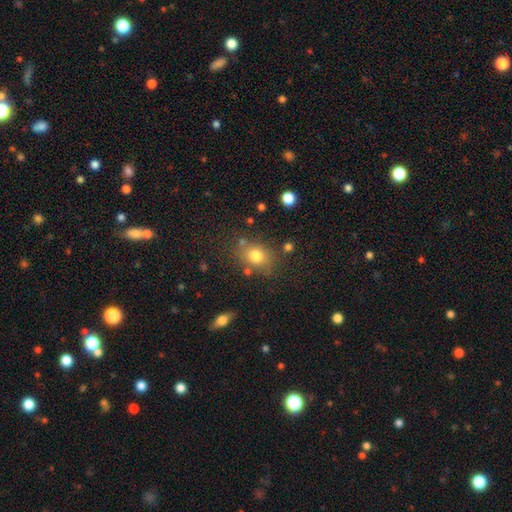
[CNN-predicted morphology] A smooth galaxy with no disk features (77%) that is in between round and cigar-shaped (50%).

Vote fractions:
- Smooth or featured? smooth: 77% / star or artifact: 13% / featured or disk: 10%
- How rounded? in between: 50% / round: 49% / cigar-shaped: 1%
- Merging? none: 74% / minor disturbance: 14% / merger: 7% / major disturbance: 5%